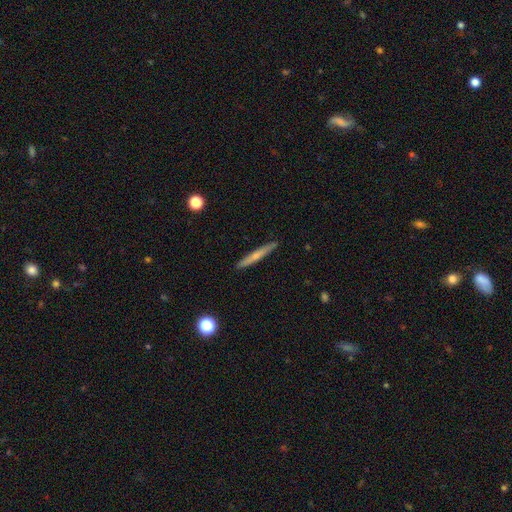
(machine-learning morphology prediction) smooth_or_featured: smooth (p=0.56) [alt: featured or disk p=0.38]
how_rounded: cigar-shaped (p=0.95) [alt: in between p=0.03]
merging: none (p=0.90) [alt: minor disturbance p=0.07]